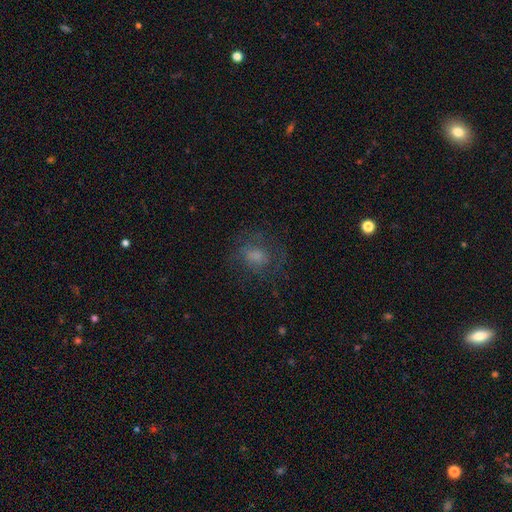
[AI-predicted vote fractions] Smooth or featured? smooth (51%)
How rounded? round (60%)
Merging? none (65%)